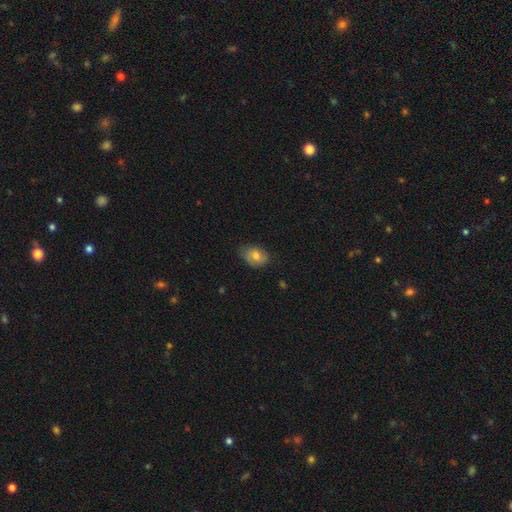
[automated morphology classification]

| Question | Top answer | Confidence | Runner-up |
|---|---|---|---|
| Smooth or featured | smooth | 70% | featured or disk (22%) |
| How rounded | in between | 73% | round (26%) |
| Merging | none | 67% | minor disturbance (26%) |